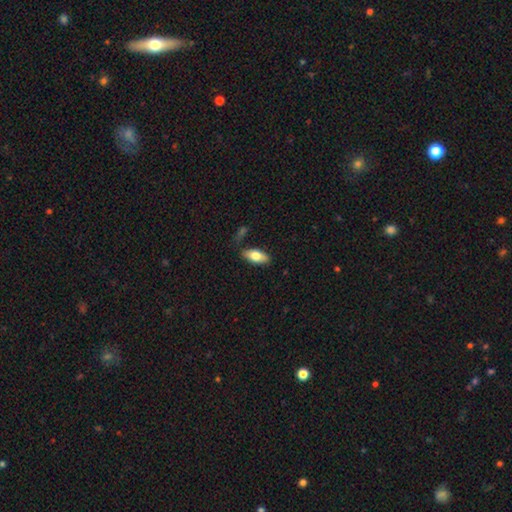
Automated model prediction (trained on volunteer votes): smooth_or_featured: smooth (p=0.75) [alt: featured or disk p=0.19]
how_rounded: in between (p=0.86) [alt: cigar-shaped p=0.11]
merging: none (p=0.77) [alt: minor disturbance p=0.14]